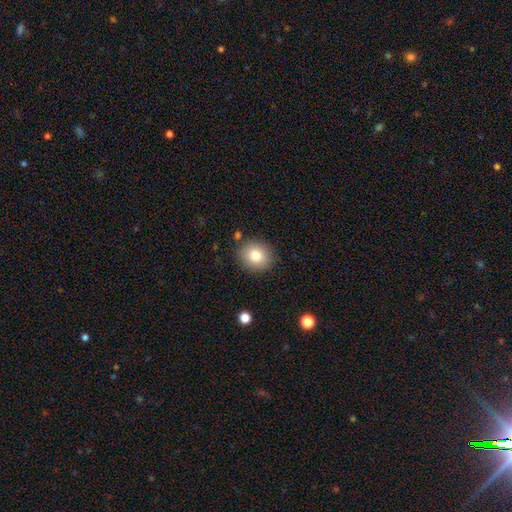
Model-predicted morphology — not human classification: Smooth or featured? smooth (81%)
How rounded? round (77%)
Merging? none (87%)